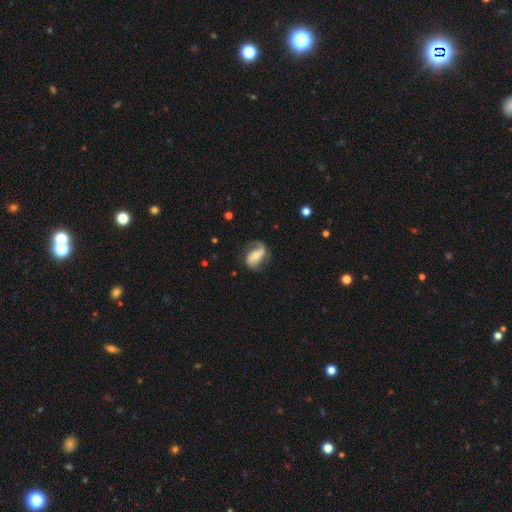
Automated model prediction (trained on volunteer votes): Smooth or featured?
  - featured or disk: 72% *
  - smooth: 21%
  - star or artifact: 7%
Edge-on disk?
  - no: 96% *
  - yes: 4%
Bar?
  - no: 39% *
  - weak: 34%
  - strong: 27%
Spiral arms?
  - yes: 91% *
  - no: 9%
Spiral winding?
  - loose: 47% *
  - medium: 36%
  - tight: 17%
Spiral arm count?
  - 2: 67% *
  - 1: 25%
  - can't tell: 6%
  - 3: 1%
  - 4: 1%
  - more than 4: 1%
Bulge size?
  - moderate: 45% *
  - small: 44%
  - large: 5%
  - none: 4%
  - dominant: 1%
Merging?
  - none: 60% *
  - minor disturbance: 23%
  - major disturbance: 15%
  - merger: 2%